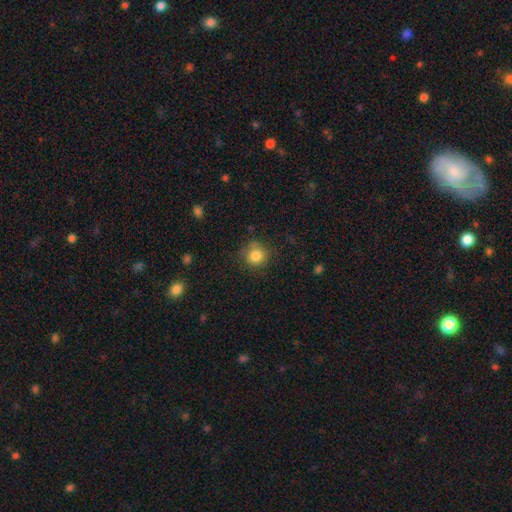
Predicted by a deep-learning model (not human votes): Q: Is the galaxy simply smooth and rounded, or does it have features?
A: smooth — 83%.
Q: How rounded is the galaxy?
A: round — 89%.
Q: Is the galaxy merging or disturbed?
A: none — 77%.